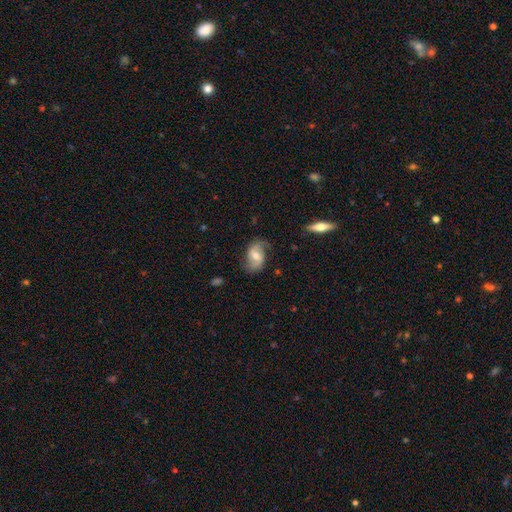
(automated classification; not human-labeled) This is likely a featured or disk galaxy (70%). It is clearly not viewed edge-on (96%). Bar: possibly weak (48%). Spiral arm pattern: clearly yes (90%). Spiral arm count: clearly 2 (87%). Spiral winding: marginally medium (42%). Central bulge: likely moderate (62%). Merging: likely none (69%).